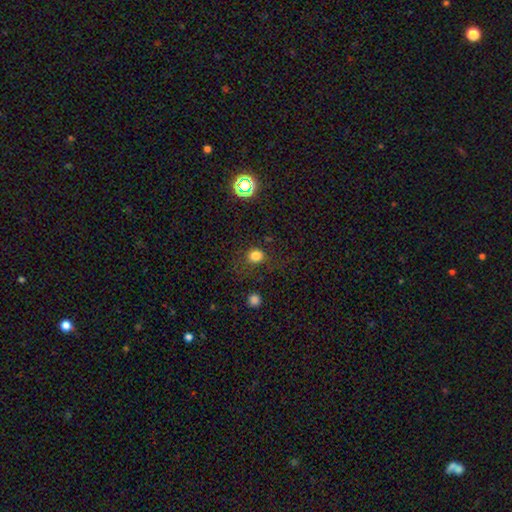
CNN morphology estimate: smooth-or-featured: smooth: 78% | star or artifact: 17% | featured or disk: 6%
  how-rounded: round: 77% | in between: 22% | cigar-shaped: 1%
  merging: none: 77% | minor disturbance: 13% | major disturbance: 8% | merger: 2%